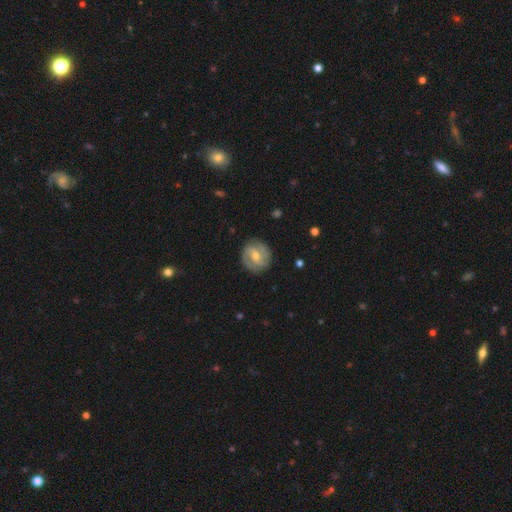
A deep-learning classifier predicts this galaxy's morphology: smooth-or-featured: featured or disk: 68% | smooth: 25% | star or artifact: 7%
  disk-edge-on: no: 97% | yes: 3%
    bar: weak: 50% | no: 31% | strong: 19%
    has-spiral-arms: yes: 87% | no: 13%
      spiral-winding: tight: 46% | medium: 40% | loose: 14%
      spiral-arm-count: 2: 79% | can't tell: 12% | 3: 4% | 1: 2% | 4: 2% | more than 4: 1%
    bulge-size: moderate: 63% | small: 32% | large: 2% | none: 1% | dominant: 1%
  merging: none: 86% | minor disturbance: 10% | major disturbance: 3% | merger: 1%